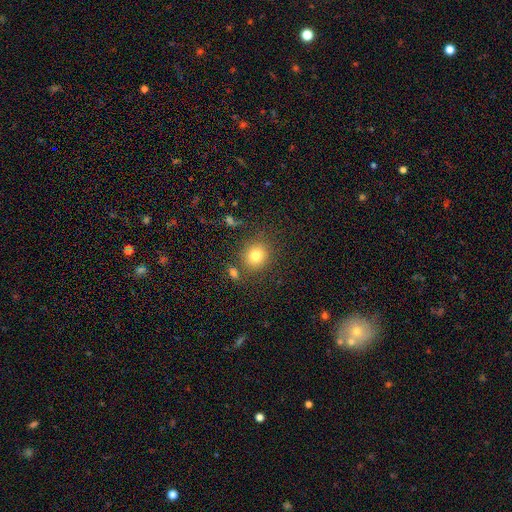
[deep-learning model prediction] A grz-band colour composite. It shows a smooth galaxy with no disk features (79%) that is round (83%). Merging: none (80%).